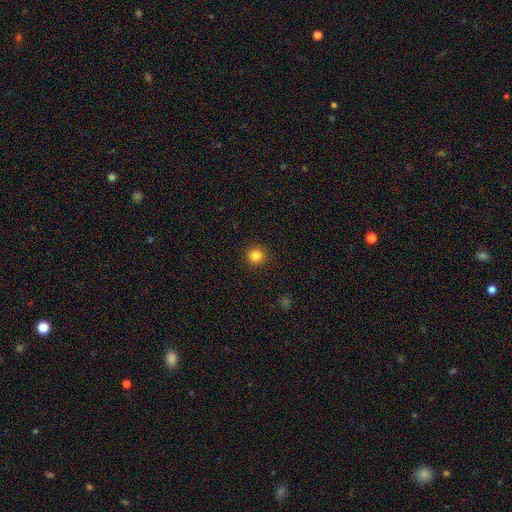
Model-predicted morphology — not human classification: This appears to be a smooth galaxy with no disk features (84%) that is round (93%). Merging: none (92%).